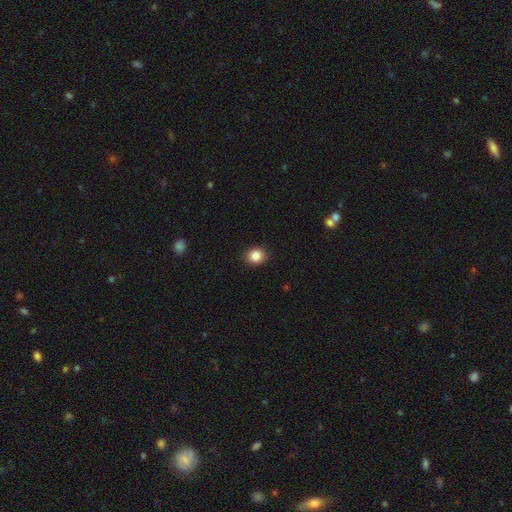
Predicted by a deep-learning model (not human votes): A smooth galaxy with no disk features (86%) that is round (79%).

Vote fractions:
- Smooth or featured? smooth: 86% / star or artifact: 10% / featured or disk: 4%
- How rounded? round: 79% / in between: 20% / cigar-shaped: 1%
- Merging? none: 90% / minor disturbance: 7% / major disturbance: 2% / merger: 1%